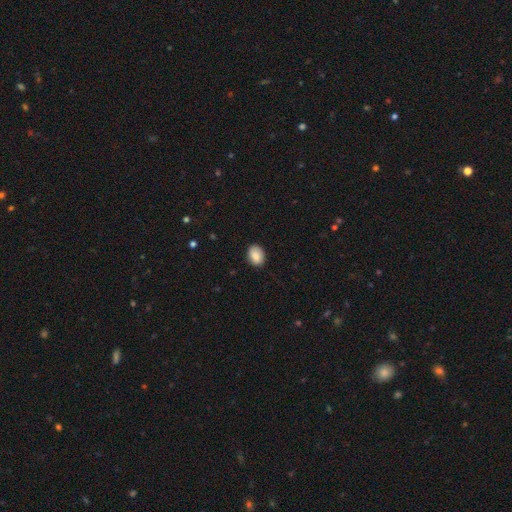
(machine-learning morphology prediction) smooth-or-featured: smooth: 87% | star or artifact: 7% | featured or disk: 5%
  how-rounded: in between: 65% | round: 34% | cigar-shaped: 1%
  merging: none: 86% | minor disturbance: 11% | major disturbance: 2% | merger: 1%